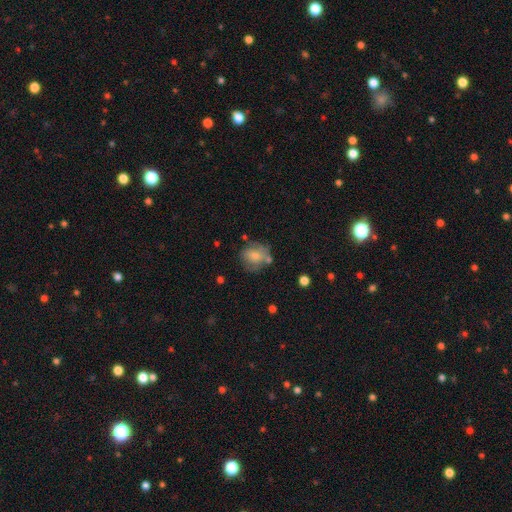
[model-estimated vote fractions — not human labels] This appears to be a smooth galaxy with no disk features (61%) that is round (72%). Merging: none (54%).